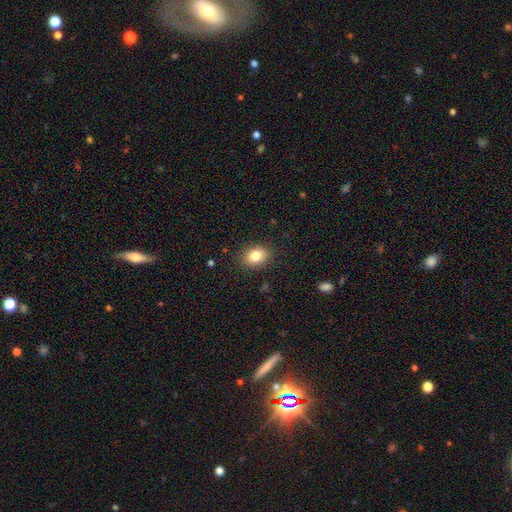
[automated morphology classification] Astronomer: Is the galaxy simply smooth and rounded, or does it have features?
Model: smooth — 82%.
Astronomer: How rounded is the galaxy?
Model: in between — 70%.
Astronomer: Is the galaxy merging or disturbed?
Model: none — 87%.